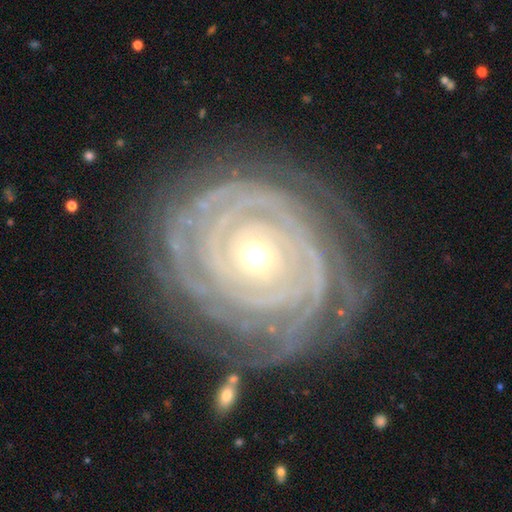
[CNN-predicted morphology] featured or disk 90%, smooth 5%, star or artifact 5%. Down the decision tree: edge-on disk — no (97%); bar — no (79%); spiral arms — yes (97%); spiral arm count — can't tell (27%); spiral winding — tight (90%); bulge size — small (52%); merging — none (75%).